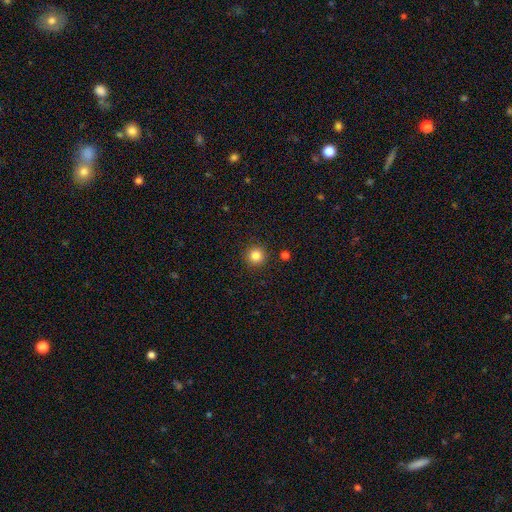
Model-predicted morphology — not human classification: smooth-or-featured: smooth: 84% | star or artifact: 11% | featured or disk: 5%
  how-rounded: round: 95% | in between: 4% | cigar-shaped: 1%
  merging: none: 91% | minor disturbance: 5% | major disturbance: 2% | merger: 2%